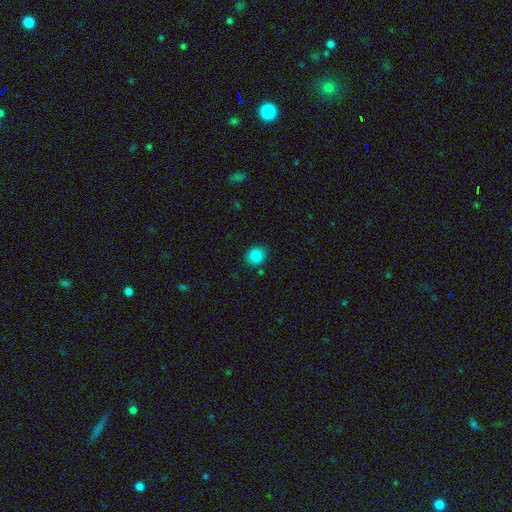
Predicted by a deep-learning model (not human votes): Smooth or featured: smooth — 85% (star or artifact — 10%)
How rounded: round — 76% (in between — 23%)
Merging: none — 85% (minor disturbance — 10%)